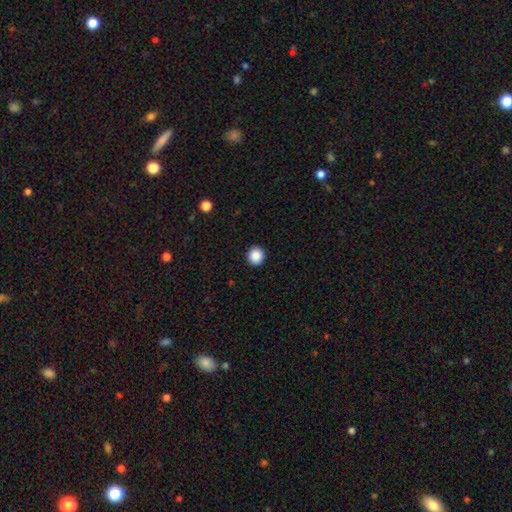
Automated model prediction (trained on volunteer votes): Smooth or featured? Predicted: smooth (p=0.88). How rounded? Predicted: round (p=0.94). Merging? Predicted: none (p=0.93).